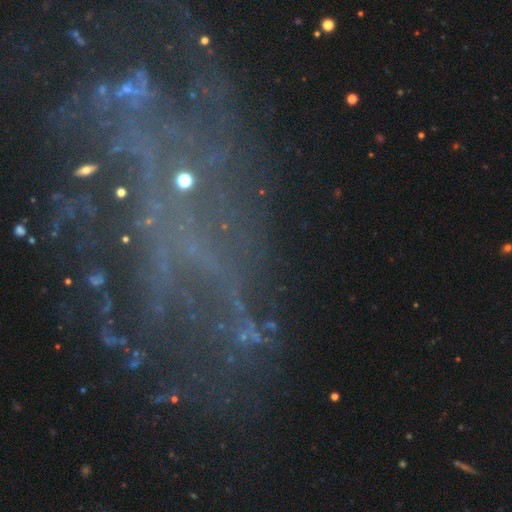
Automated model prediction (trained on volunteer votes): Smooth or featured? star or artifact (45%)